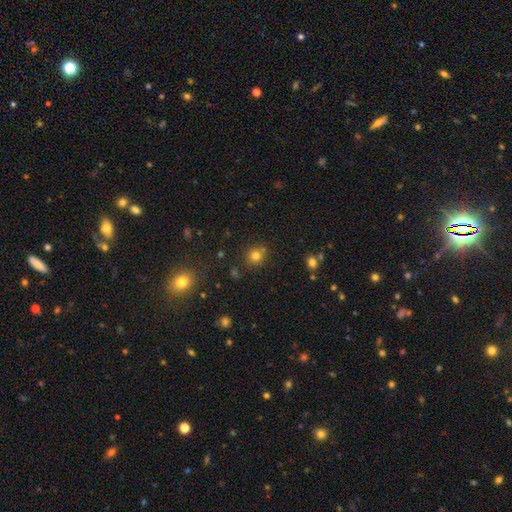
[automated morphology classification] smooth 78%, star or artifact 15%, featured or disk 6%. Down the decision tree: how rounded — round (89%); merging — none (78%).